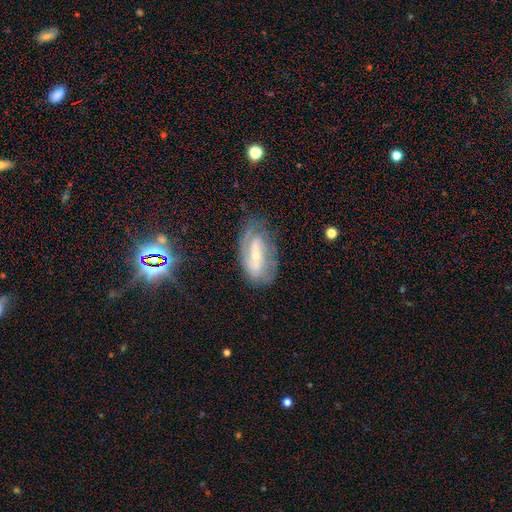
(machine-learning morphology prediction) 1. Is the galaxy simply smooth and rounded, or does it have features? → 77% featured or disk, 16% smooth, 7% star or artifact.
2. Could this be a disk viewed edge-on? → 93% no, 7% yes.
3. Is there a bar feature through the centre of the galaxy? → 37% strong, 36% weak, 27% no.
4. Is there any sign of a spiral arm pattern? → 87% yes, 13% no.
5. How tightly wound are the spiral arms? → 41% medium, 38% tight, 22% loose.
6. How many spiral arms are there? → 58% 2, 22% can't tell, 10% 1, 6% 3, 2% 4, 2% more than 4.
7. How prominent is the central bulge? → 69% small, 27% moderate, 2% large, 2% none, 1% dominant.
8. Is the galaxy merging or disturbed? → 65% none, 22% minor disturbance, 11% major disturbance, 2% merger.